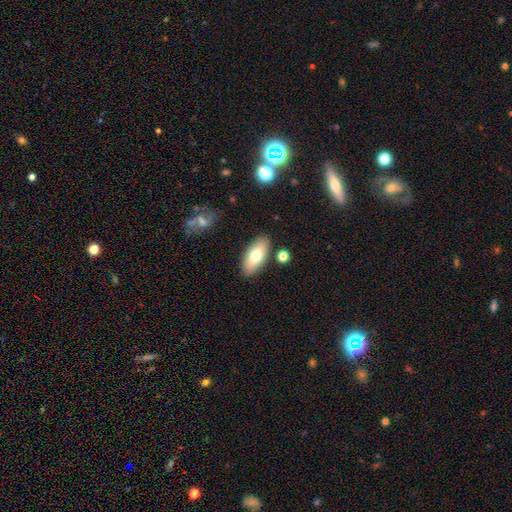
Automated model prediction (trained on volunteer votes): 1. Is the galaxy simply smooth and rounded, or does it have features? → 73% smooth, 20% featured or disk, 6% star or artifact.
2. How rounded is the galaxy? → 87% in between, 10% cigar-shaped, 3% round.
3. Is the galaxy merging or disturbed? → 84% none, 10% minor disturbance, 3% merger, 2% major disturbance.